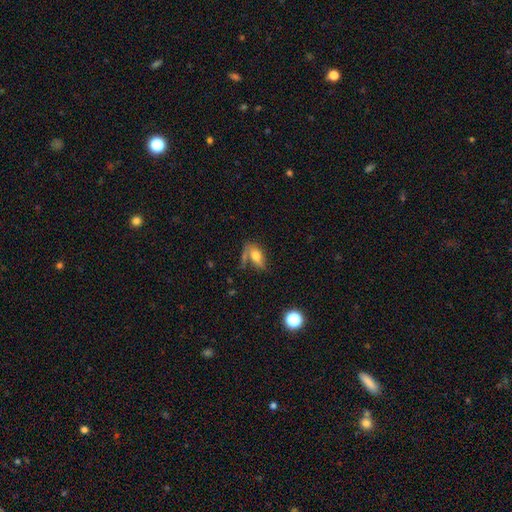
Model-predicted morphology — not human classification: A smooth galaxy with no disk features (67%) that is in between round and cigar-shaped (80%). Merging: none (47%).